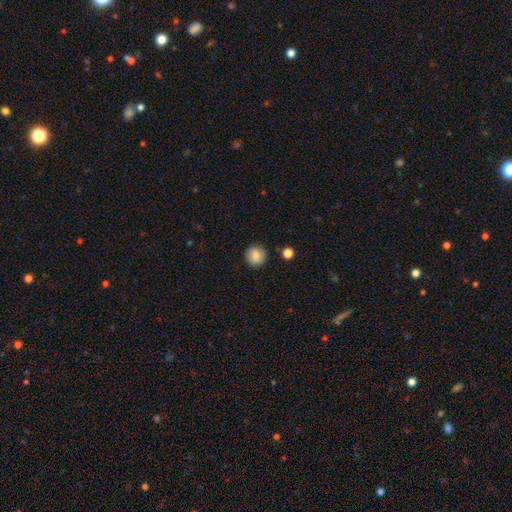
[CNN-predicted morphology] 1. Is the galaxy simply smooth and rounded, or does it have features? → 83% smooth, 9% star or artifact, 8% featured or disk.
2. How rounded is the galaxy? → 89% round, 10% in between, 1% cigar-shaped.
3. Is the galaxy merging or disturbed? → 85% none, 10% minor disturbance, 3% major disturbance, 2% merger.